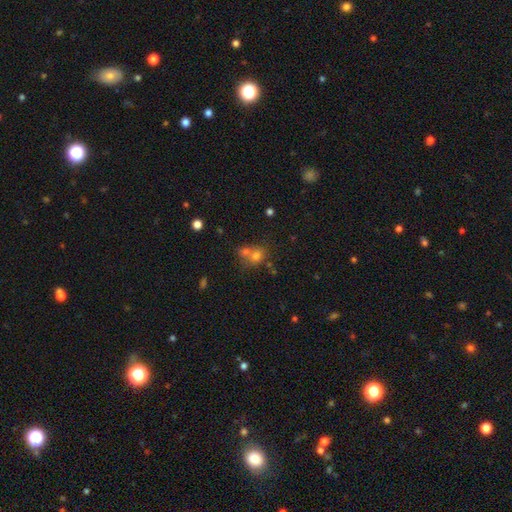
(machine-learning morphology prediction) Smooth or featured? smooth (68%)
How rounded? round (70%)
Merging? merger (48%)